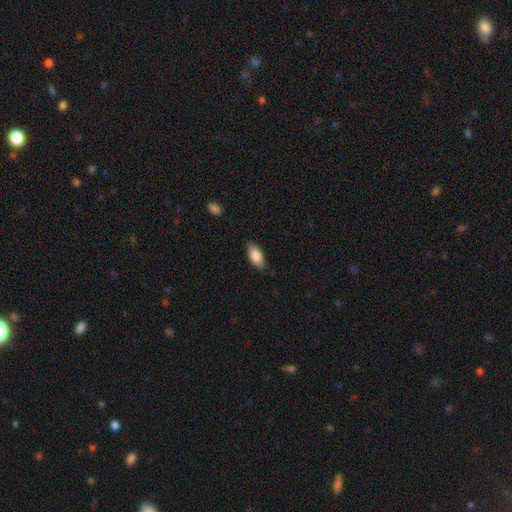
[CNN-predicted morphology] A smooth galaxy with no disk features (82%) that is in between round and cigar-shaped (85%).

Vote fractions:
- Smooth or featured? smooth: 82% / featured or disk: 12% / star or artifact: 6%
- How rounded? in between: 85% / cigar-shaped: 12% / round: 3%
- Merging? none: 82% / minor disturbance: 14% / major disturbance: 3% / merger: 1%